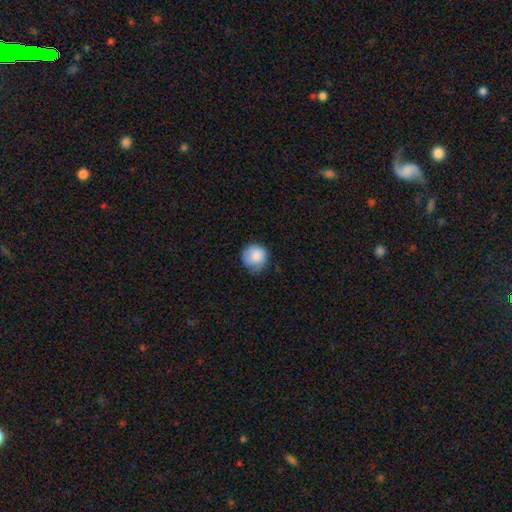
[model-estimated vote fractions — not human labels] Overall: smooth (85%). How rounded: round (90%). Merging: none (67%).